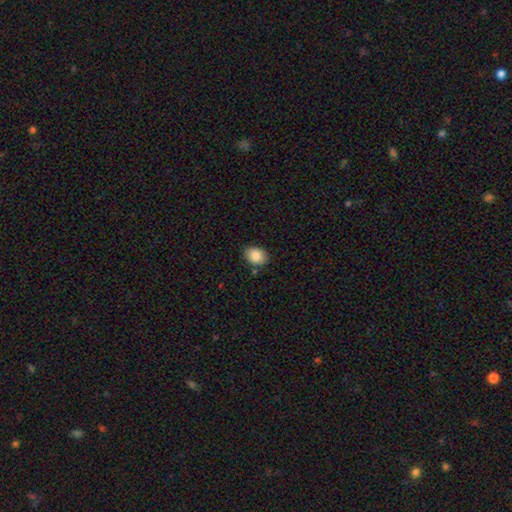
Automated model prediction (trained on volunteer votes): Morphology: type=smooth (86%); roundness=in between (66%); merging=none (82%).